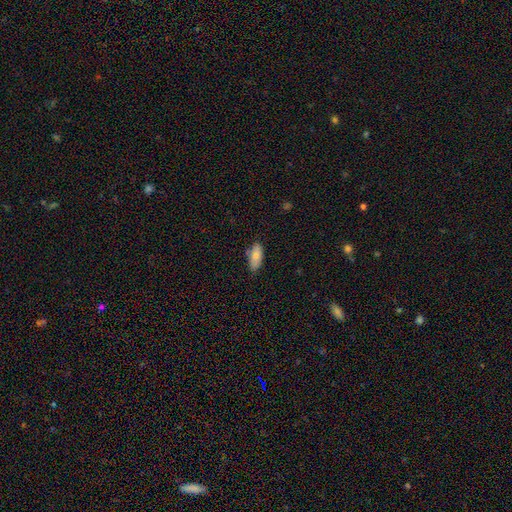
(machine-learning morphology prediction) This appears to be a smooth galaxy with no disk features (79%) that is in between round and cigar-shaped (85%). Merging: none (75%).